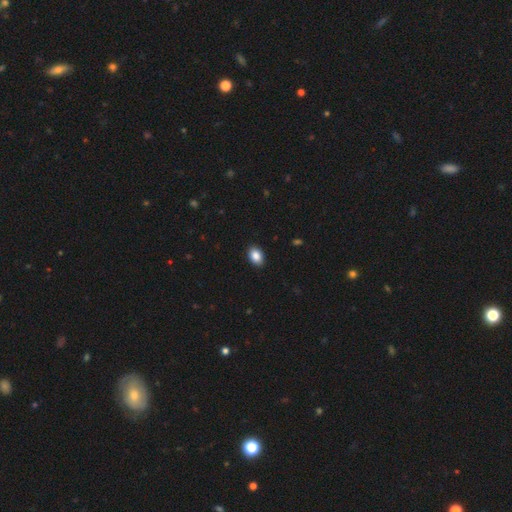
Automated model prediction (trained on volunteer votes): A smooth galaxy with no disk features (88%) that is in between round and cigar-shaped (83%).

Vote fractions:
- Smooth or featured? smooth: 88% / star or artifact: 8% / featured or disk: 4%
- How rounded? in between: 83% / round: 16% / cigar-shaped: 1%
- Merging? none: 90% / minor disturbance: 8% / major disturbance: 2% / merger: 1%